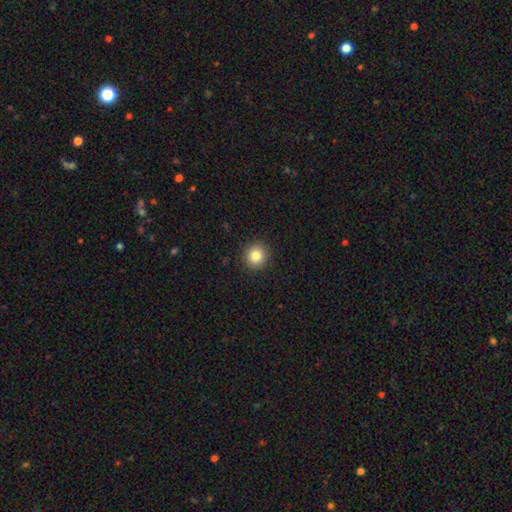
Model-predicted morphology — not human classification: smooth 84%, star or artifact 10%, featured or disk 6%. Down the decision tree: how rounded — round (91%); merging — none (92%).